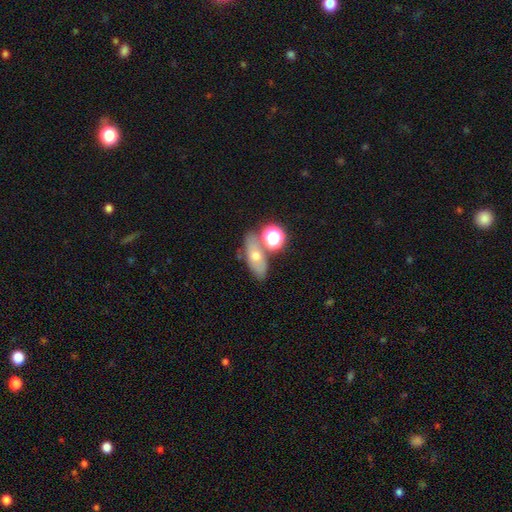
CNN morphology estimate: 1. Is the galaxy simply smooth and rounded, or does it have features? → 48% smooth, 32% featured or disk, 20% star or artifact.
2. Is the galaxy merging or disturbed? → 65% none, 17% merger, 13% minor disturbance, 5% major disturbance.